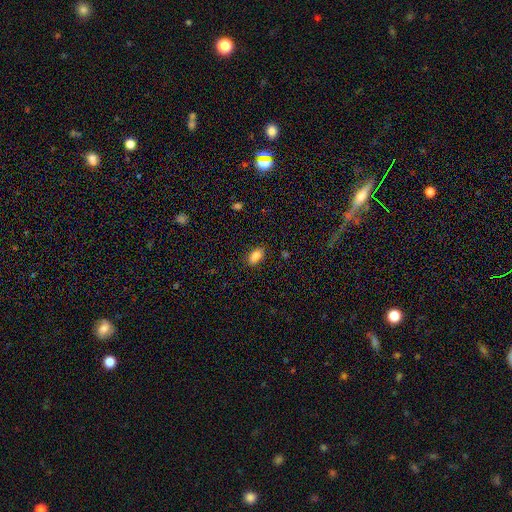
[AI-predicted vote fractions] Overall: smooth (84%). How rounded: in between (88%). Merging: none (85%).